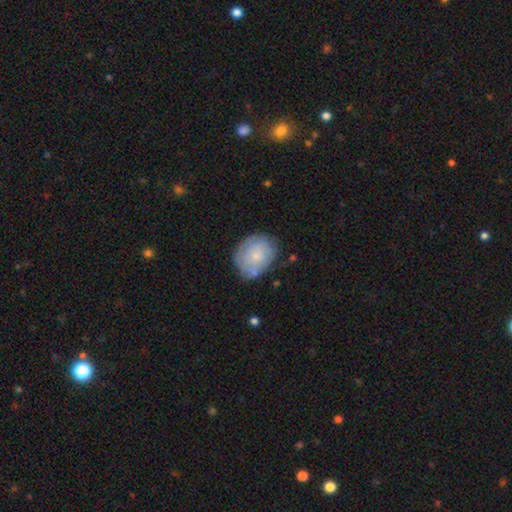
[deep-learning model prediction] A smooth galaxy with no disk features (63%) that is round (53%).

Vote fractions:
- Smooth or featured? smooth: 63% / featured or disk: 30% / star or artifact: 7%
- How rounded? round: 53% / in between: 46% / cigar-shaped: 1%
- Merging? none: 66% / minor disturbance: 23% / major disturbance: 6% / merger: 5%